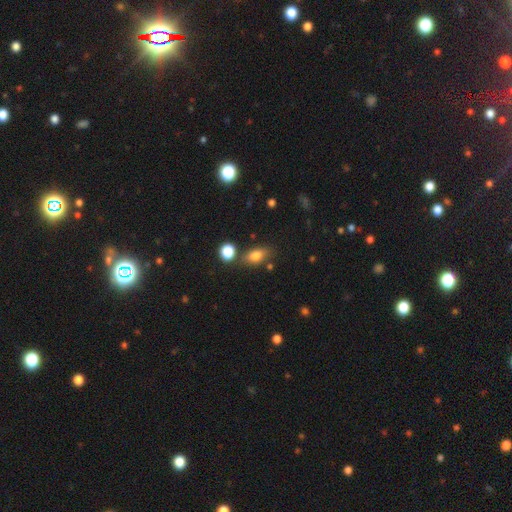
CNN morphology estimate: Smooth or featured? smooth (79%)
How rounded? in between (81%)
Merging? none (73%)